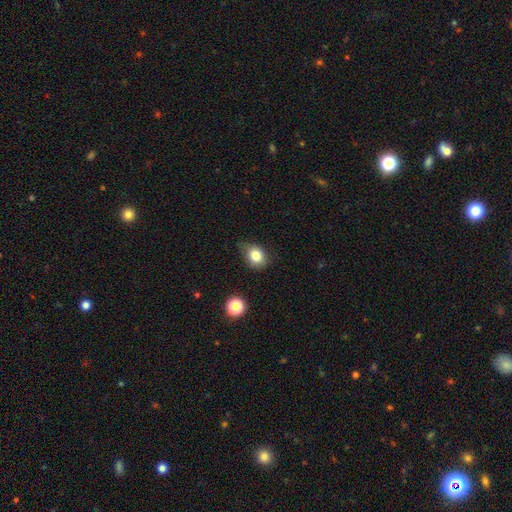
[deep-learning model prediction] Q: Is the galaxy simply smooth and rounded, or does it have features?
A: smooth — 81%.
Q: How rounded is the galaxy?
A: round — 55%.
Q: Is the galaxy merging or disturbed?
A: none — 59%.